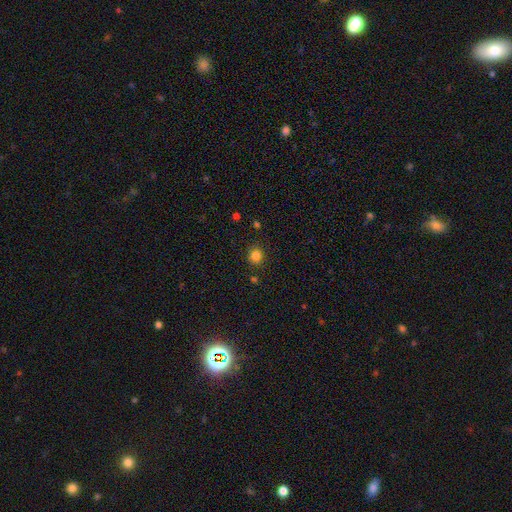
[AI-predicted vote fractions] This appears to be a smooth galaxy with no disk features (83%) that is round (89%). Merging: none (86%).